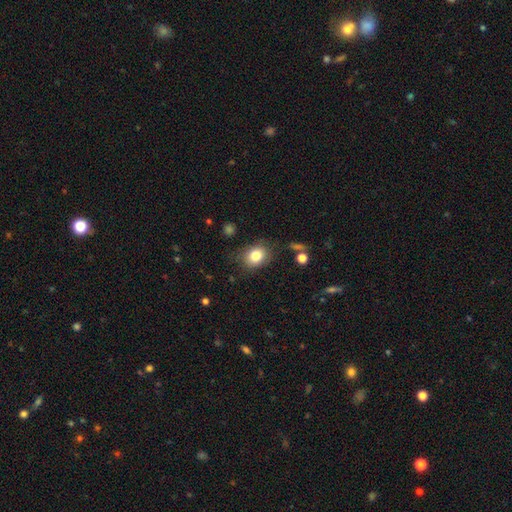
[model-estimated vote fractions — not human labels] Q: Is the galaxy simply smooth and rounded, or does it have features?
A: smooth — 82%.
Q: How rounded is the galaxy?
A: in between — 54%.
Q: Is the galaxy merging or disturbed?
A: none — 79%.